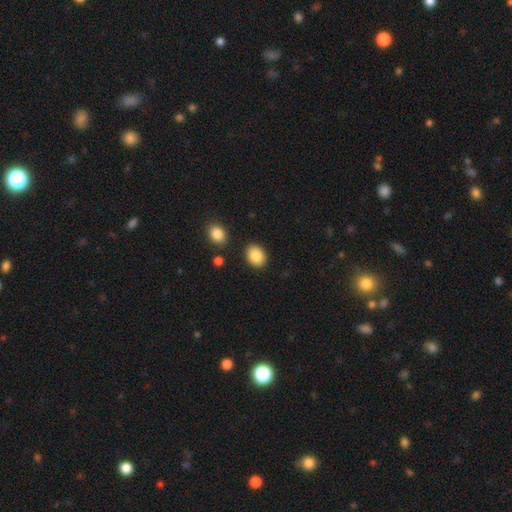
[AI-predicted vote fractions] This is clearly a smooth galaxy (87%). How rounded: likely in between (63%). Merging: clearly none (86%).